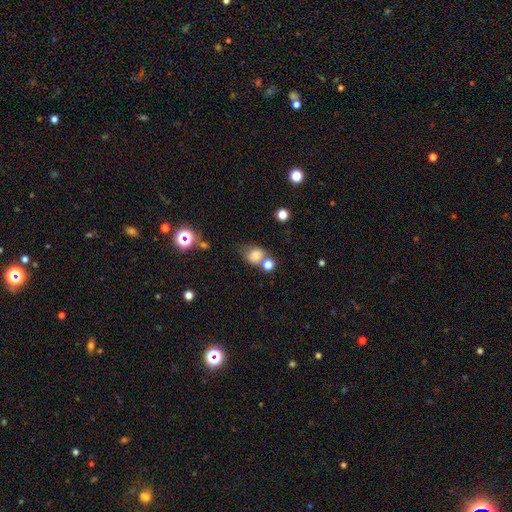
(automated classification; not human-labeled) smooth 76%, star or artifact 14%, featured or disk 10%. Down the decision tree: how rounded — round (61%); merging — none (46%).